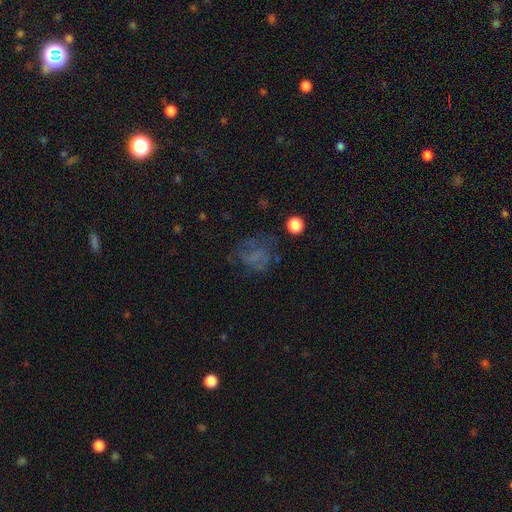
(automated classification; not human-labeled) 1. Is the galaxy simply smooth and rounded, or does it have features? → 43% smooth, 34% featured or disk, 22% star or artifact.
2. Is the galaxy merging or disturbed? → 51% none, 26% major disturbance, 20% minor disturbance, 3% merger.